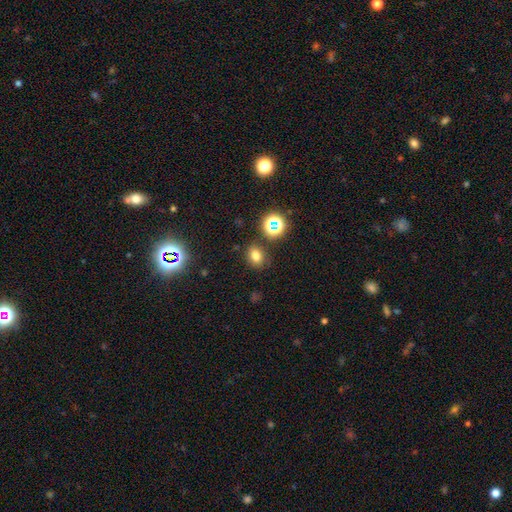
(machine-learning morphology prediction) Smooth or featured? Predicted: smooth (p=0.72). How rounded? Predicted: in between (p=0.56). Merging? Predicted: none (p=0.82).